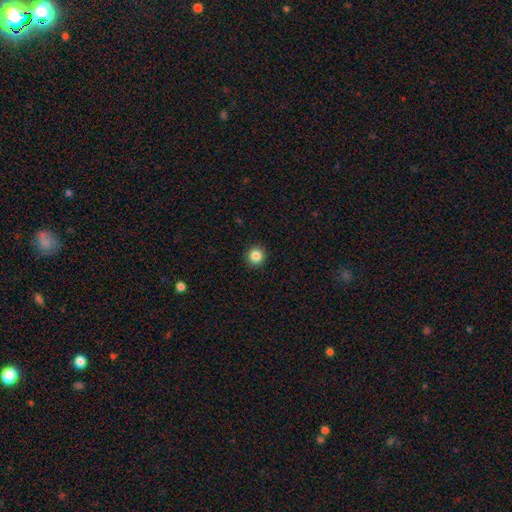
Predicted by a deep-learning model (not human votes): The model was most divided on "smooth or featured": smooth: 85%, star or artifact: 11%, featured or disk: 4%. More confident: how rounded — round (94%); merging — none (93%).